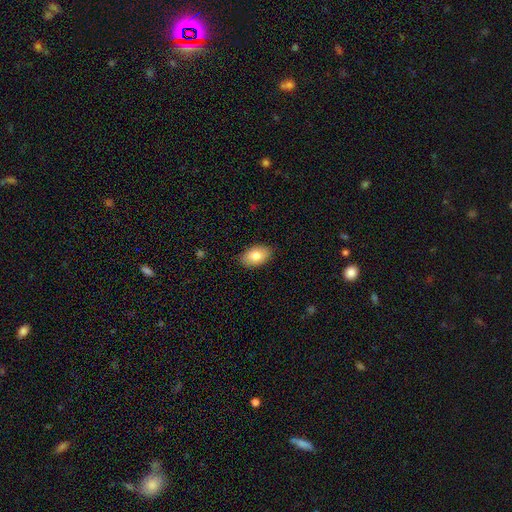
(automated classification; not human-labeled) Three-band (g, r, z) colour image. It shows a smooth galaxy with no disk features (81%) that is in between round and cigar-shaped (92%). Merging: none (87%).